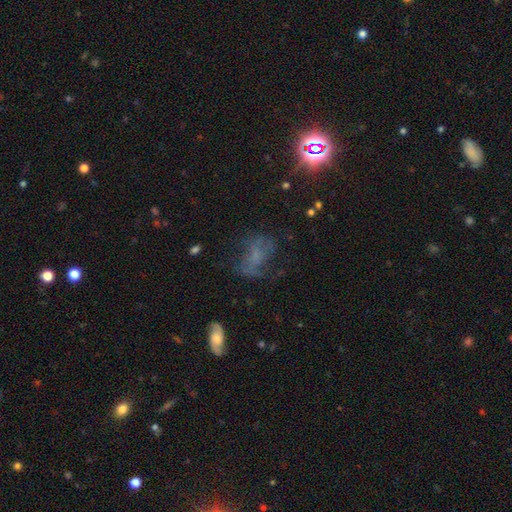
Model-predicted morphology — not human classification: Smooth or featured? Predicted: featured or disk (p=0.39). Merging? Predicted: none (p=0.49).